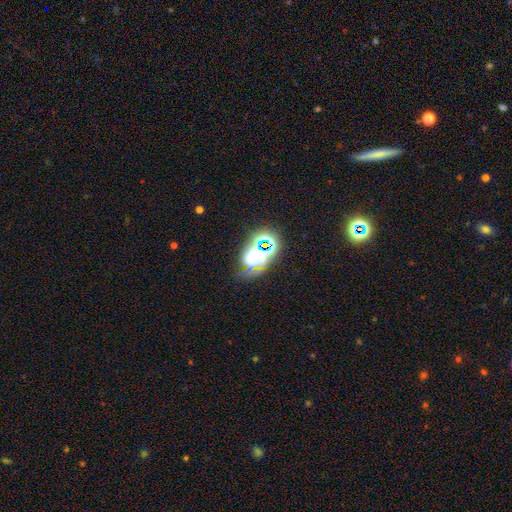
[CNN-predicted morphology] This is marginally a featured or disk galaxy (36%). Merging: possibly none (50%).